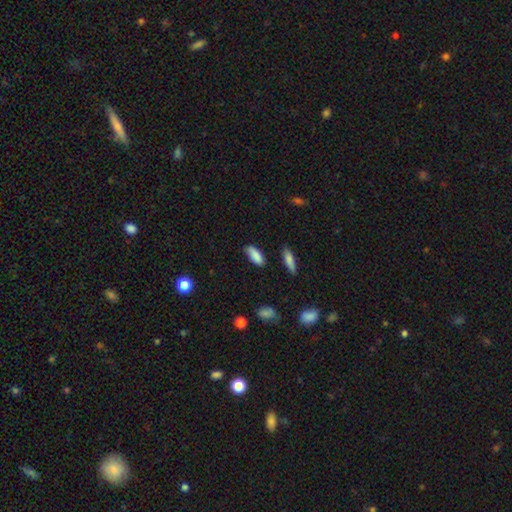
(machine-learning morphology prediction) A smooth galaxy with no disk features (86%) that is in between round and cigar-shaped (80%). Merging: none (77%).